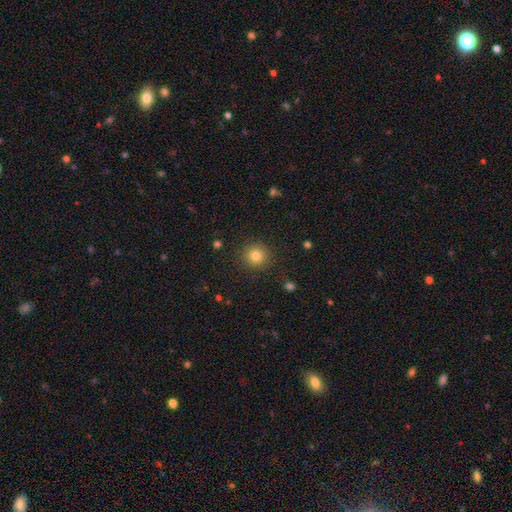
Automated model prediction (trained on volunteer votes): Smooth or featured? smooth (82%)
How rounded? round (93%)
Merging? none (90%)